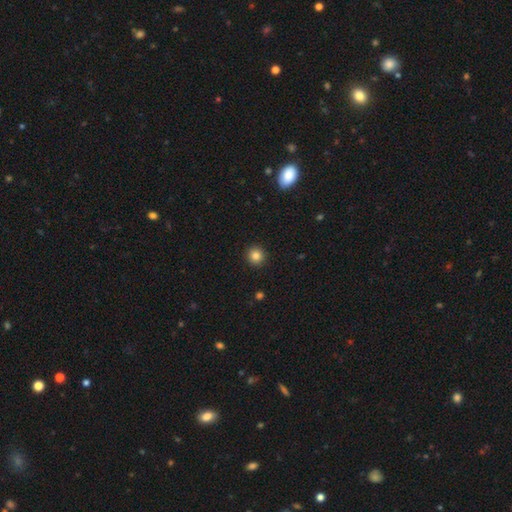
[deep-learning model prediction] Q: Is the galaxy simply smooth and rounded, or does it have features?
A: smooth — 84%.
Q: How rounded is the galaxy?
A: round — 94%.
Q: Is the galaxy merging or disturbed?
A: none — 93%.